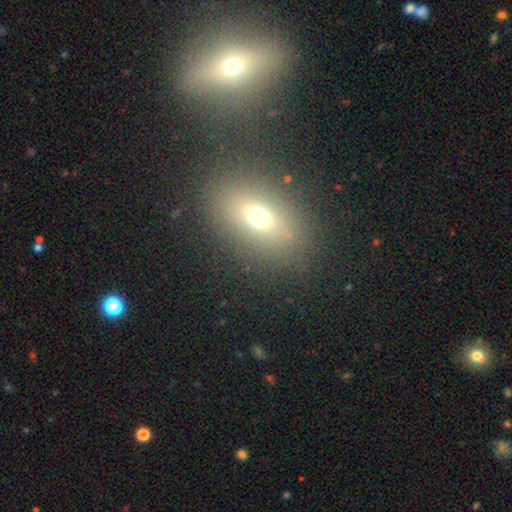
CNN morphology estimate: smooth-or-featured: smooth: 57% | star or artifact: 22% | featured or disk: 21%
  how-rounded: in between: 73% | round: 20% | cigar-shaped: 7%
  merging: none: 74% | merger: 12% | minor disturbance: 10% | major disturbance: 4%